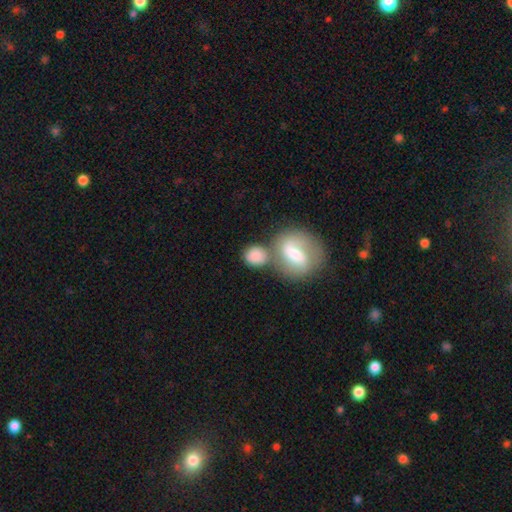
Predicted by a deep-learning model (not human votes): Overall: smooth (79%). How rounded: round (71%). Merging: none (44%; merger 37%).